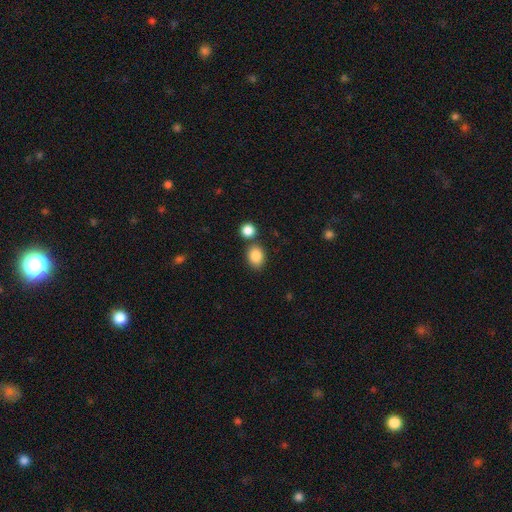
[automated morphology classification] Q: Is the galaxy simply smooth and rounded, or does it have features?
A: smooth — 86%.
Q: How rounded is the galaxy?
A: in between — 64%.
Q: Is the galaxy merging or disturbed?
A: none — 69%.